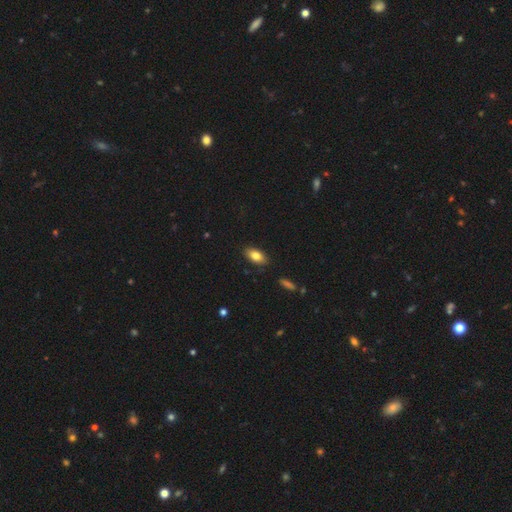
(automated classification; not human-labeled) smooth 81%, featured or disk 11%, star or artifact 8%. Down the decision tree: how rounded — in between (90%); merging — none (86%).